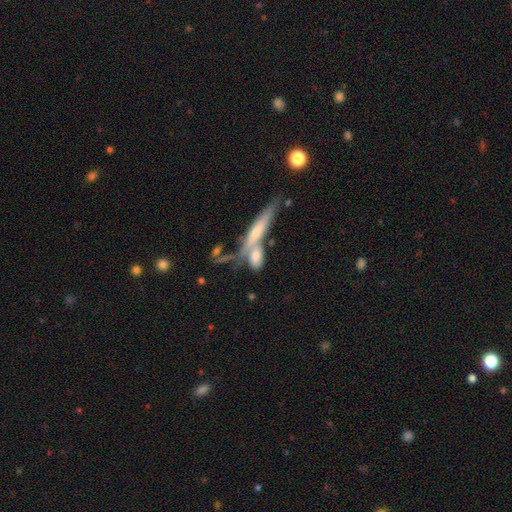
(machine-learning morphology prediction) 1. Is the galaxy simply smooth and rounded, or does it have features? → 65% smooth, 27% featured or disk, 8% star or artifact.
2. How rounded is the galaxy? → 50% in between, 42% cigar-shaped, 7% round.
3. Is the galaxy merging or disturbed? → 44% merger, 37% none, 12% minor disturbance, 6% major disturbance.